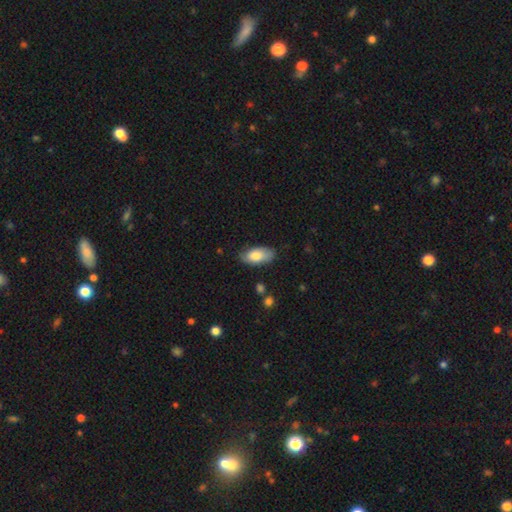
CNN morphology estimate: smooth-or-featured: smooth: 75% | featured or disk: 19% | star or artifact: 6%
  how-rounded: in between: 92% | cigar-shaped: 5% | round: 3%
  merging: none: 74% | minor disturbance: 21% | major disturbance: 4% | merger: 2%